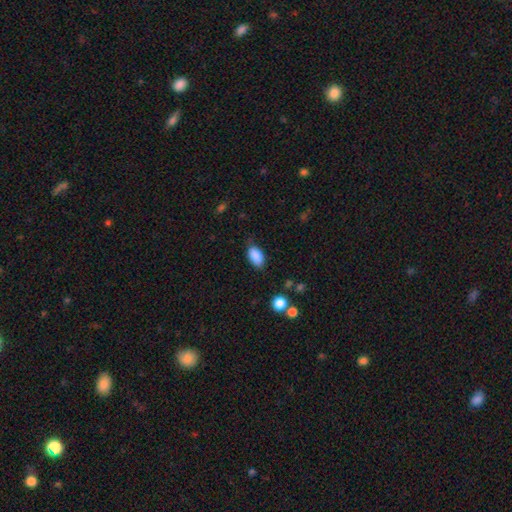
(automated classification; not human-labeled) smooth-or-featured: smooth: 87% | star or artifact: 7% | featured or disk: 6%
  how-rounded: in between: 92% | round: 5% | cigar-shaped: 3%
  merging: none: 77% | minor disturbance: 18% | major disturbance: 4% | merger: 1%